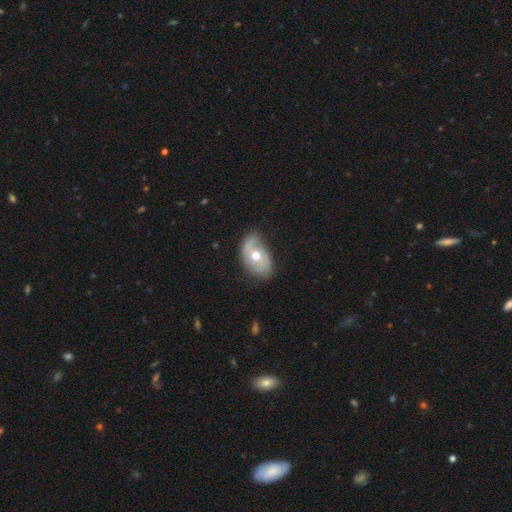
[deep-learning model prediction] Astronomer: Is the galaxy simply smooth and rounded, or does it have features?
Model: featured or disk — 52% (runner-up: smooth, 41%).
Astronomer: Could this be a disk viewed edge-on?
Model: no — 93%.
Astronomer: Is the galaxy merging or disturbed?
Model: none — 59%.